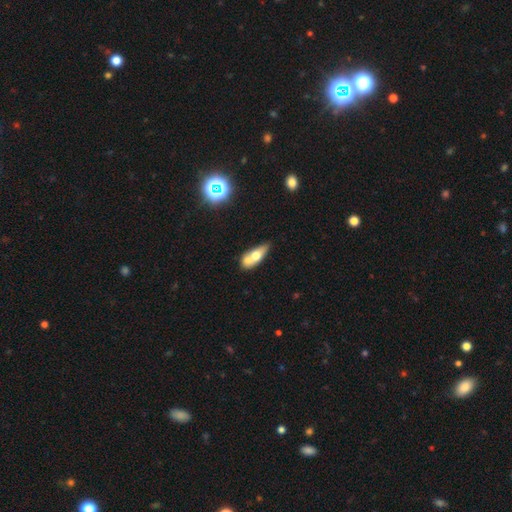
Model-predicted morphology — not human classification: smooth_or_featured: smooth (p=0.57) [alt: featured or disk p=0.34]
how_rounded: in between (p=0.66) [alt: cigar-shaped p=0.27]
merging: merger (p=0.46) [alt: none p=0.32]